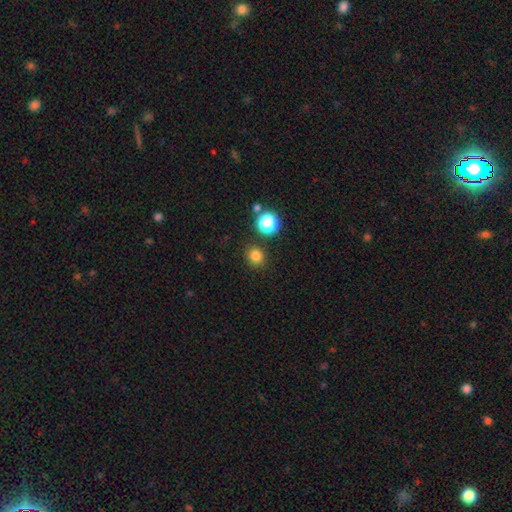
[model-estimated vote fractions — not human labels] Morphology: type=smooth (80%); roundness=round (82%); merging=none (87%).